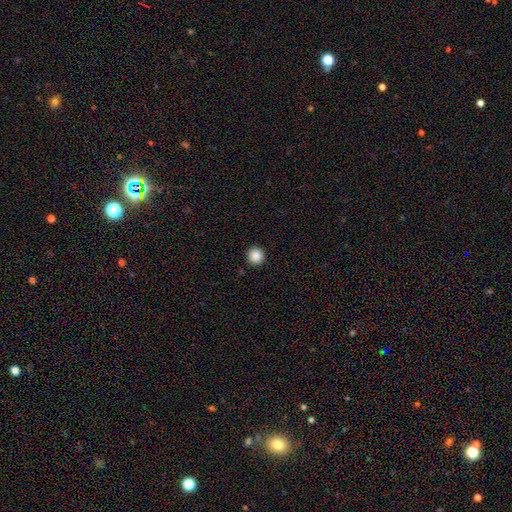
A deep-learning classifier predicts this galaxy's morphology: This is clearly a smooth galaxy (88%). How rounded: clearly round (93%). Merging: clearly none (92%).